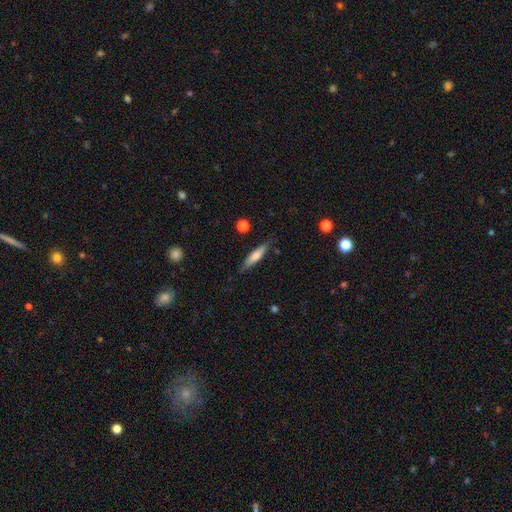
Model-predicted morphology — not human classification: A smooth galaxy with no disk features (61%) that is cigar-shaped (83%).

Vote fractions:
- Smooth or featured? smooth: 61% / featured or disk: 32% / star or artifact: 6%
- How rounded? cigar-shaped: 83% / in between: 16% / round: 2%
- Merging? none: 82% / minor disturbance: 13% / major disturbance: 3% / merger: 2%